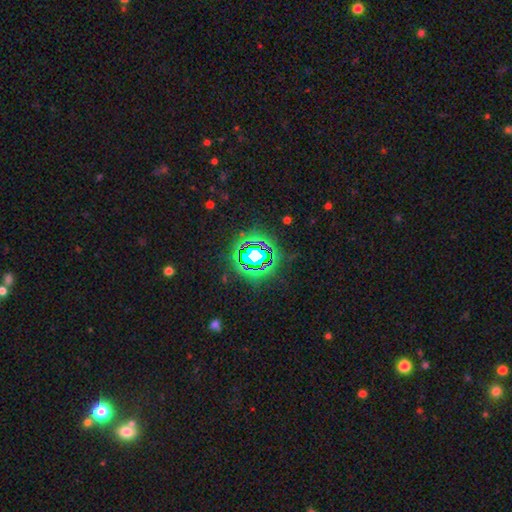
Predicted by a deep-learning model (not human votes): Smooth or featured: star or artifact — 76% (smooth — 13%)